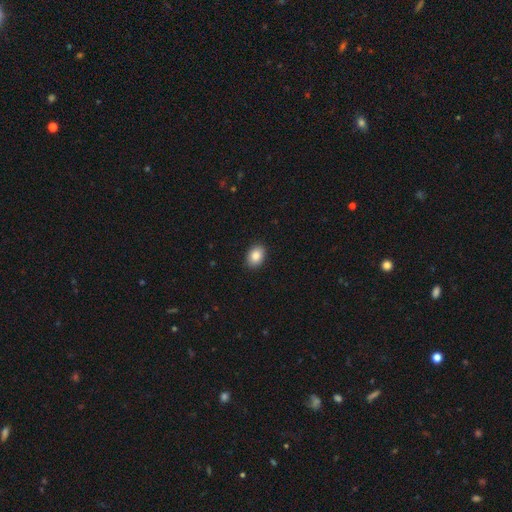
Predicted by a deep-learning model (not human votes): A smooth galaxy with no disk features (87%) that is in between round and cigar-shaped (77%).

Vote fractions:
- Smooth or featured? smooth: 87% / star or artifact: 8% / featured or disk: 6%
- How rounded? in between: 77% / round: 22% / cigar-shaped: 1%
- Merging? none: 90% / minor disturbance: 7% / major disturbance: 2% / merger: 1%